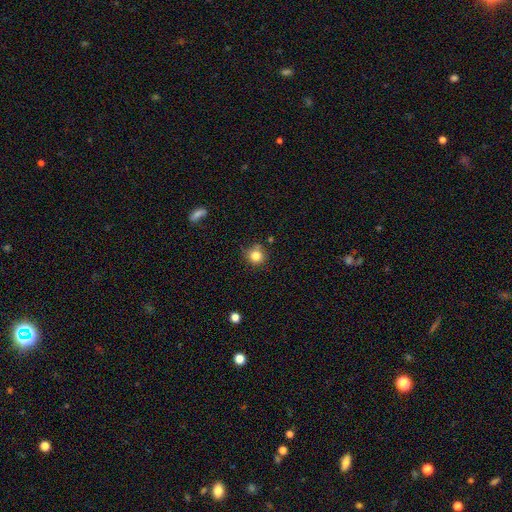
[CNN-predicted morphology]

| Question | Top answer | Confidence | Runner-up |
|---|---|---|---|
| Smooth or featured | smooth | 82% | star or artifact (12%) |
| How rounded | round | 89% | in between (10%) |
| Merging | none | 75% | minor disturbance (16%) |